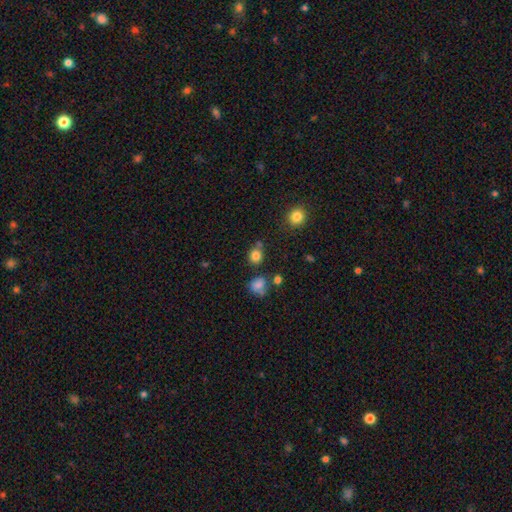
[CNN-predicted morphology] Overall: smooth (82%). How rounded: round (79%). Merging: none (70%).